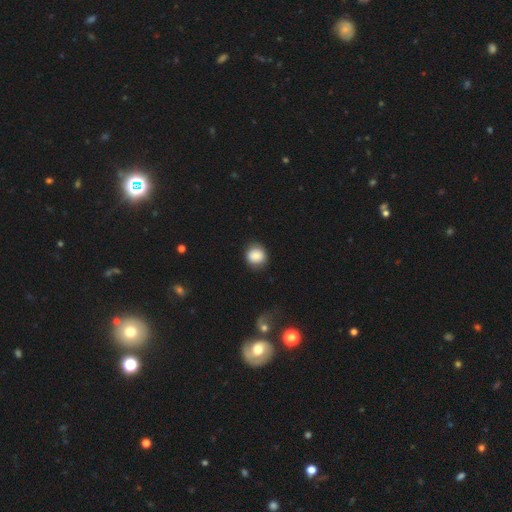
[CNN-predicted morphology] Smooth or featured?
  - smooth: 82% *
  - featured or disk: 10%
  - star or artifact: 8%
How rounded?
  - round: 88% *
  - in between: 11%
  - cigar-shaped: 1%
Merging?
  - none: 83% *
  - minor disturbance: 12%
  - major disturbance: 4%
  - merger: 2%